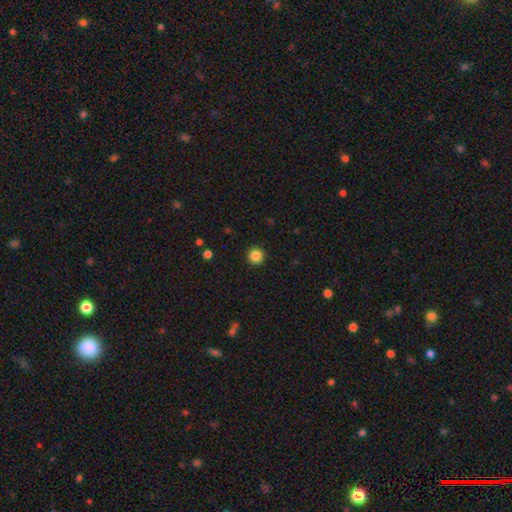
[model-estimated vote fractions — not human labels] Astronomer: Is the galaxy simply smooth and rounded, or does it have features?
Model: smooth — 85%.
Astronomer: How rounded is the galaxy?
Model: round — 96%.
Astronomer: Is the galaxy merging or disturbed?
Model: none — 93%.